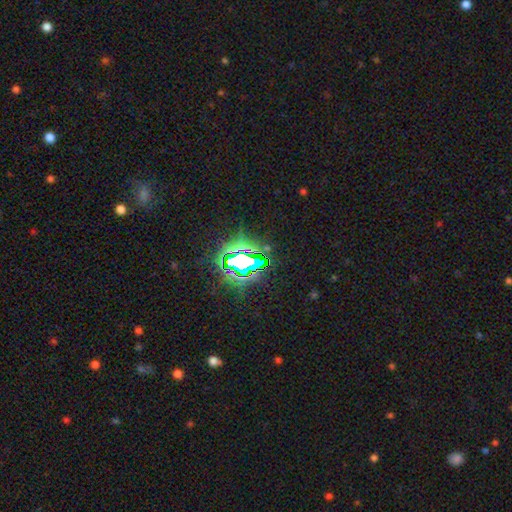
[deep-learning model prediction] This is clearly a star or artifact rather than a galaxy (81%).